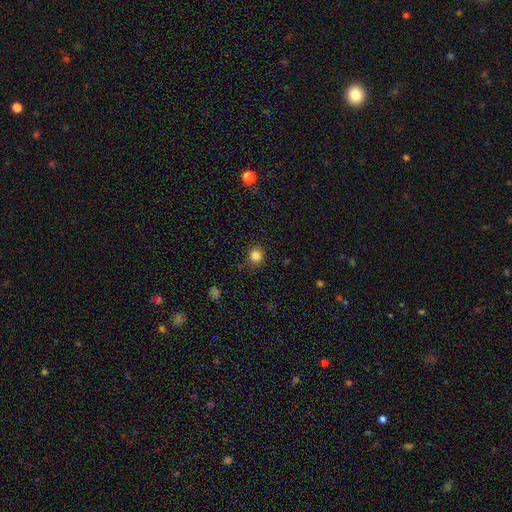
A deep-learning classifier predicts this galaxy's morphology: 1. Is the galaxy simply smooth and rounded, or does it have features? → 83% smooth, 13% star or artifact, 4% featured or disk.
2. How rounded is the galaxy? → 89% round, 10% in between, 1% cigar-shaped.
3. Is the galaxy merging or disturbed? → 86% none, 10% minor disturbance, 3% major disturbance, 1% merger.